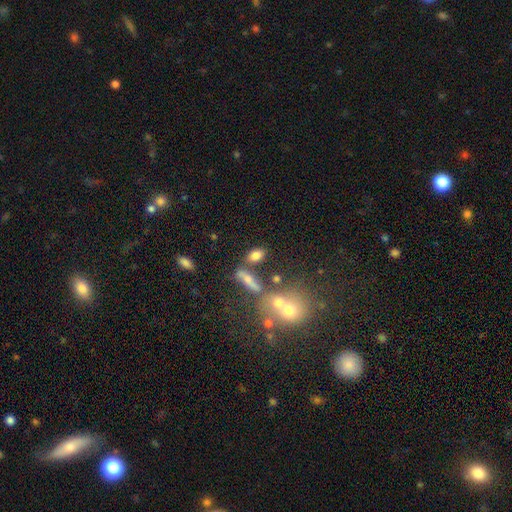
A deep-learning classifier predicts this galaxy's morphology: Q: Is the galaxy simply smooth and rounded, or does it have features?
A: smooth — 75%.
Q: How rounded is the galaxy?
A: in between — 79%.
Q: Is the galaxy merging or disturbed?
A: none — 61%.